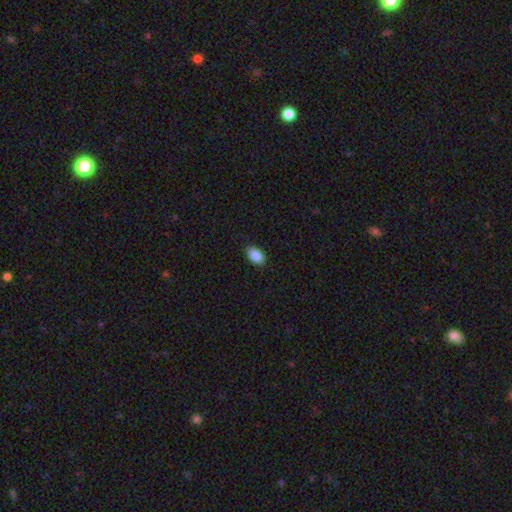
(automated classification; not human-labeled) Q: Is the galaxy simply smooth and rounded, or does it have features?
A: smooth — 88%.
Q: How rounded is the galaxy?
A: in between — 89%.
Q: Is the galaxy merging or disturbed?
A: none — 86%.